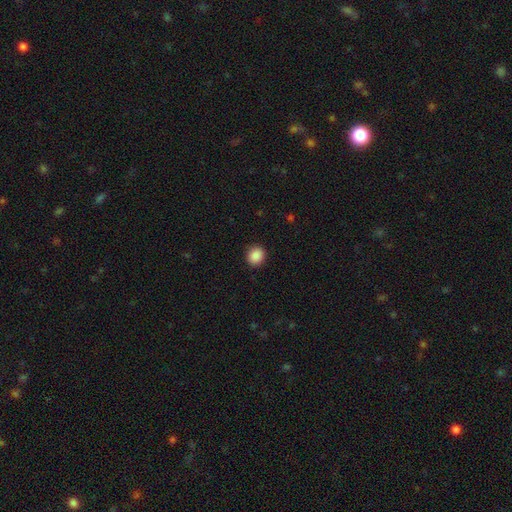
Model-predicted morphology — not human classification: Q: Smooth or featured?
A: smooth (89%); runner-up: star or artifact (9%)
Q: How rounded?
A: round (79%); runner-up: in between (20%)
Q: Merging?
A: none (91%); runner-up: minor disturbance (6%)